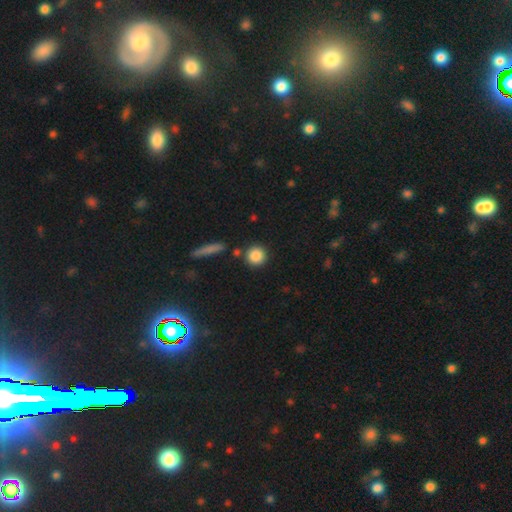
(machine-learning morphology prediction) smooth_or_featured: smooth (p=0.86) [alt: star or artifact p=0.08]
how_rounded: round (p=0.92) [alt: in between p=0.06]
merging: none (p=0.82) [alt: minor disturbance p=0.08]